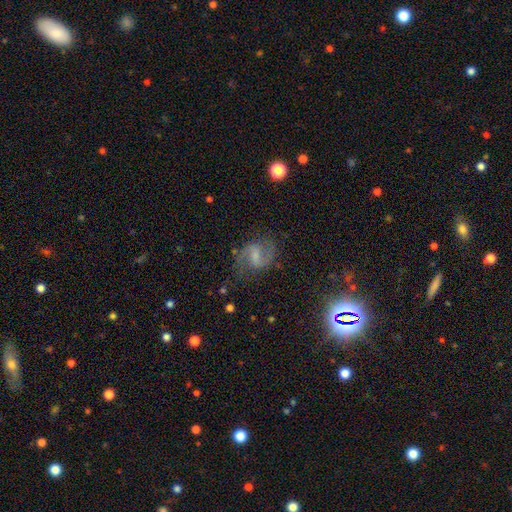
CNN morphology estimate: smooth-or-featured: featured or disk: 76% | smooth: 15% | star or artifact: 9%
  disk-edge-on: no: 97% | yes: 3%
    bar: weak: 55% | strong: 28% | no: 16%
    has-spiral-arms: yes: 93% | no: 7%
      spiral-winding: medium: 52% | loose: 35% | tight: 13%
      spiral-arm-count: 2: 90% | can't tell: 4% | 1: 2% | 3: 1% | 4: 1% | more than 4: 1%
    bulge-size: none: 33% | small: 30% | moderate: 28% | large: 7% | dominant: 1%
  merging: none: 70% | minor disturbance: 18% | major disturbance: 10% | merger: 2%